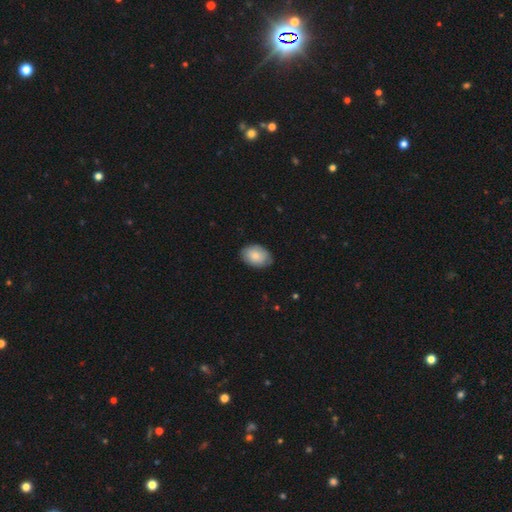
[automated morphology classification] A smooth galaxy with no disk features (84%) that is in between round and cigar-shaped (81%).

Vote fractions:
- Smooth or featured? smooth: 84% / featured or disk: 10% / star or artifact: 6%
- How rounded? in between: 81% / round: 18% / cigar-shaped: 1%
- Merging? none: 81% / minor disturbance: 16% / major disturbance: 2% / merger: 1%